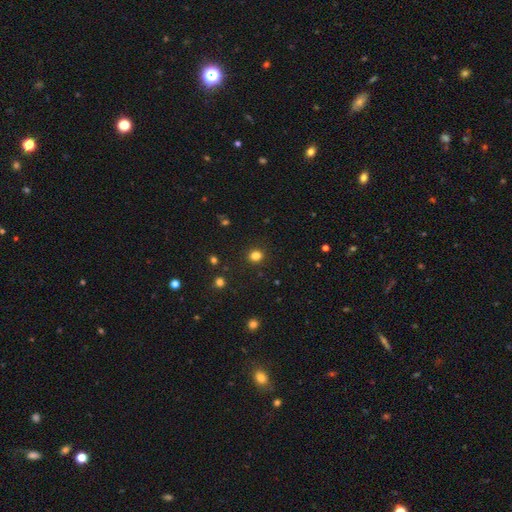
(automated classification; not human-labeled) smooth-or-featured: smooth: 81% | star or artifact: 15% | featured or disk: 4%
  how-rounded: round: 82% | in between: 17% | cigar-shaped: 1%
  merging: none: 91% | minor disturbance: 6% | major disturbance: 2% | merger: 1%